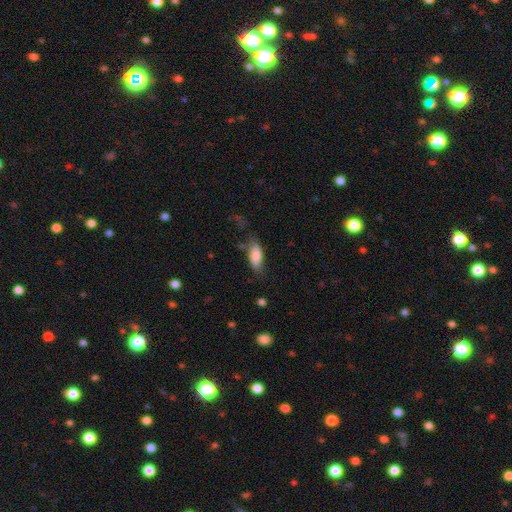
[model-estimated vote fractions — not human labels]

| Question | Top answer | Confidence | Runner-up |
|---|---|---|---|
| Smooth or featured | smooth | 81% | featured or disk (12%) |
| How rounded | in between | 78% | cigar-shaped (20%) |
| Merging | none | 57% | minor disturbance (27%) |